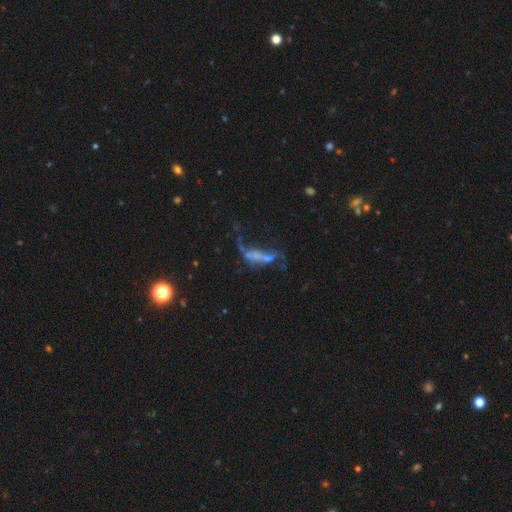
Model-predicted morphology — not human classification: type=featured or disk (53%); edge-on=no (83%); merging=major disturbance (40%).